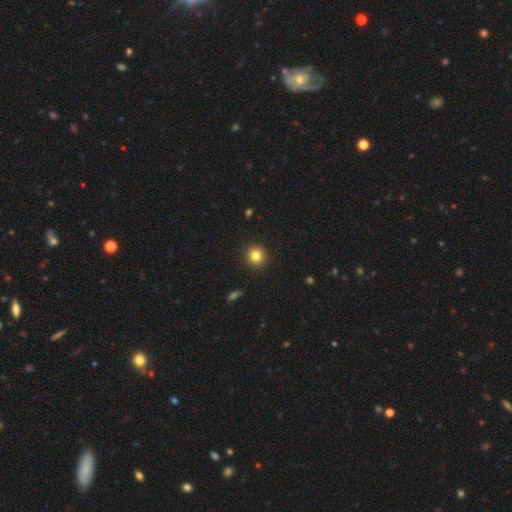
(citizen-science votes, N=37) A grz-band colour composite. It shows a smooth galaxy with no disk features (86%) that is round (94%). Merging: none (94%).